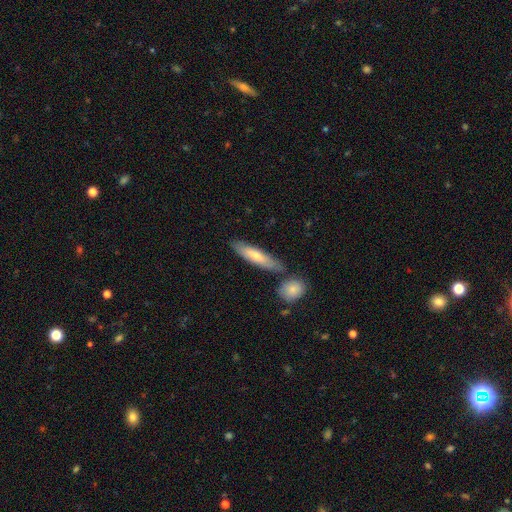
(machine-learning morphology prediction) Smooth or featured? smooth (70%)
How rounded? cigar-shaped (78%)
Merging? none (76%)